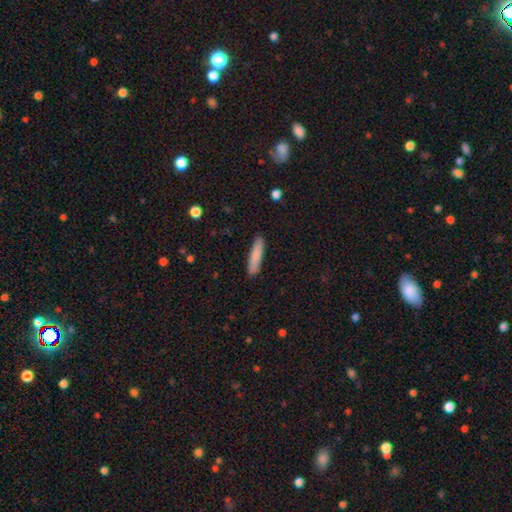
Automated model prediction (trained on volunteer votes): smooth 84%, featured or disk 10%, star or artifact 6%. Down the decision tree: how rounded — cigar-shaped (86%); merging — none (89%).